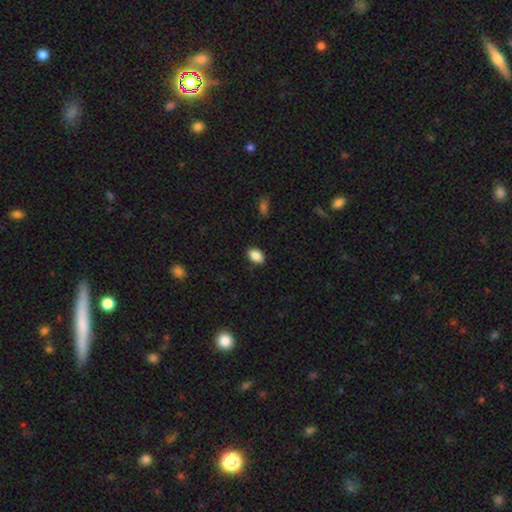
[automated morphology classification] This appears to be a smooth galaxy with no disk features (88%) that is in between round and cigar-shaped (88%). Merging: none (87%).